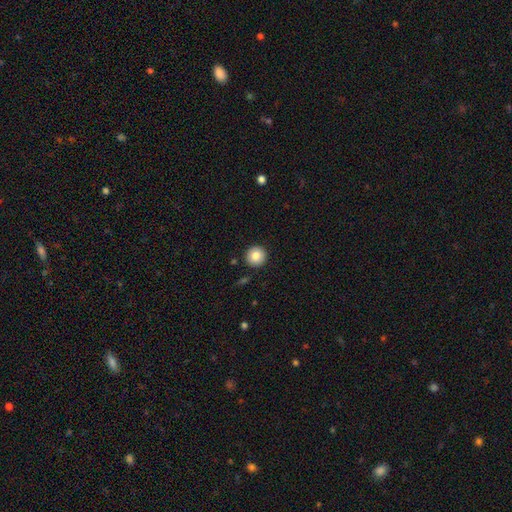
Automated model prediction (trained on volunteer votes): smooth 84%, star or artifact 9%, featured or disk 8%. Down the decision tree: how rounded — round (96%); merging — none (92%).